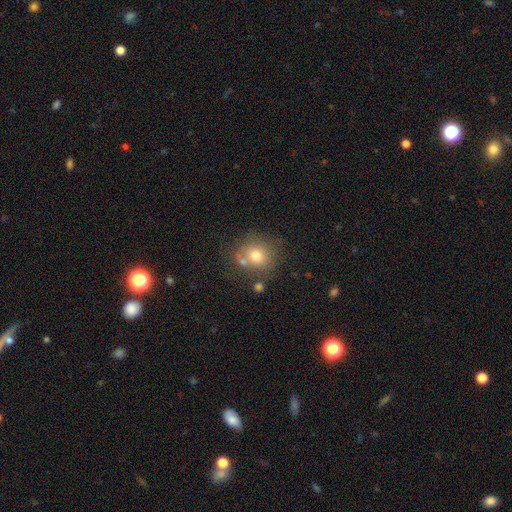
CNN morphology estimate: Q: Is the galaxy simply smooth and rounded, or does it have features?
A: smooth — 73%.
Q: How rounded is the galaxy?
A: round — 82%.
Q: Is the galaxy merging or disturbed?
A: none — 62%.